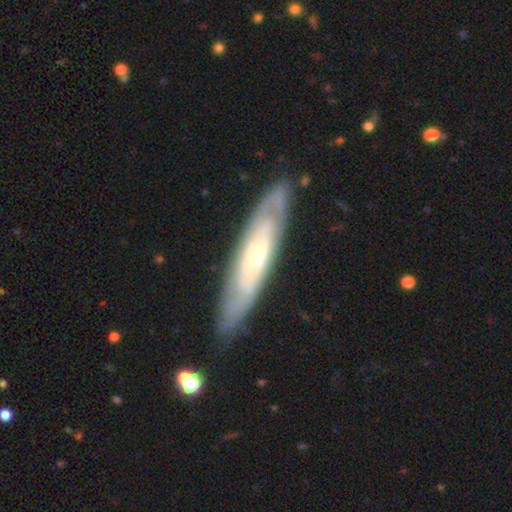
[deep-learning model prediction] Q: Smooth or featured?
A: featured or disk (72%); runner-up: smooth (23%)
Q: Edge-on disk?
A: no (62%); runner-up: yes (38%)
Q: Merging?
A: none (83%); runner-up: minor disturbance (12%)